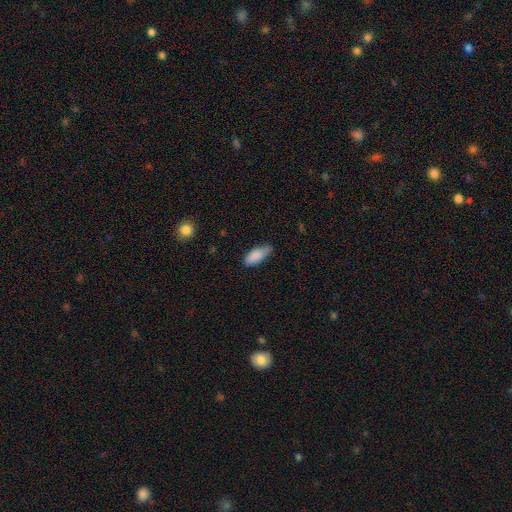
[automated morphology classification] smooth-or-featured: smooth: 86% | featured or disk: 8% | star or artifact: 7%
  how-rounded: in between: 80% | cigar-shaped: 18% | round: 2%
  merging: none: 62% | minor disturbance: 31% | major disturbance: 6% | merger: 2%